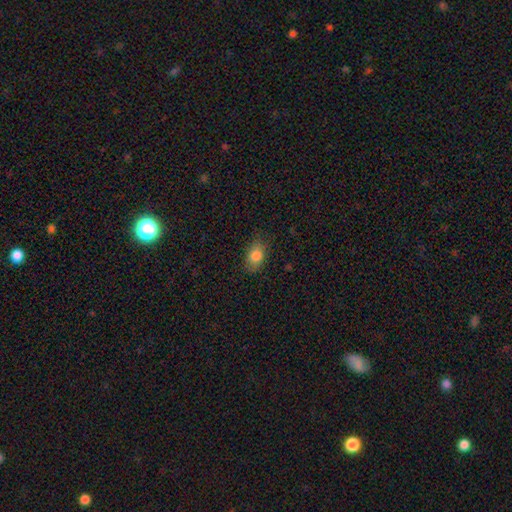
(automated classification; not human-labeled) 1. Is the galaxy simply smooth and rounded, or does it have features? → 83% smooth, 9% star or artifact, 8% featured or disk.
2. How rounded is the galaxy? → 84% in between, 13% round, 2% cigar-shaped.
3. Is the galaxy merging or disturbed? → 78% none, 16% minor disturbance, 4% major disturbance, 1% merger.